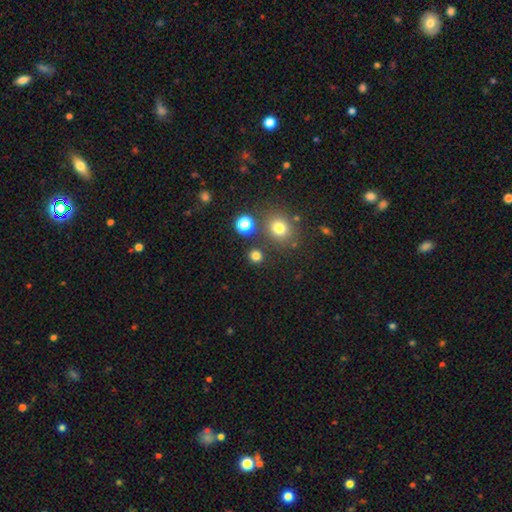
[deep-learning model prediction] smooth 77%, star or artifact 18%, featured or disk 5%. Down the decision tree: how rounded — round (88%); merging — none (83%).